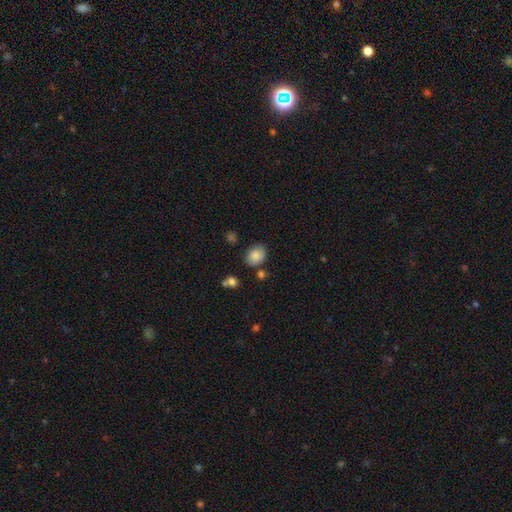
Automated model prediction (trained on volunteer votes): Smooth or featured?
  - smooth: 85% *
  - star or artifact: 9%
  - featured or disk: 6%
How rounded?
  - in between: 51% *
  - round: 48%
  - cigar-shaped: 1%
Merging?
  - none: 75% *
  - minor disturbance: 16%
  - merger: 5%
  - major disturbance: 4%